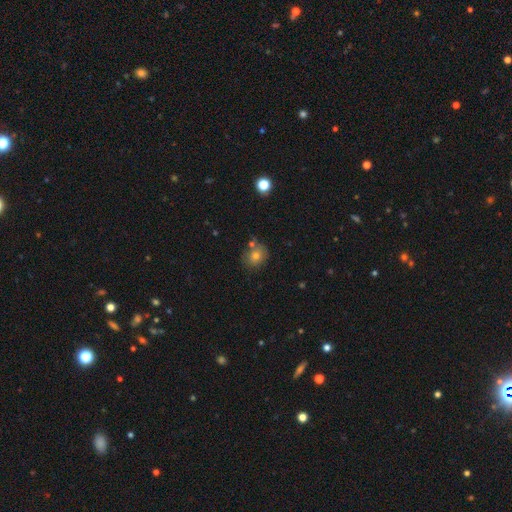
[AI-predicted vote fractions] Smooth or featured: smooth — 75% (featured or disk — 13%)
How rounded: round — 75% (in between — 24%)
Merging: none — 67% (minor disturbance — 16%)